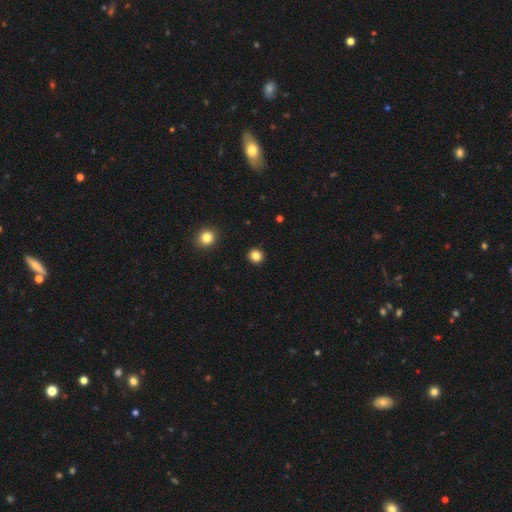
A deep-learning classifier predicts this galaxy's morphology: type=smooth (84%); roundness=round (92%); merging=none (93%).